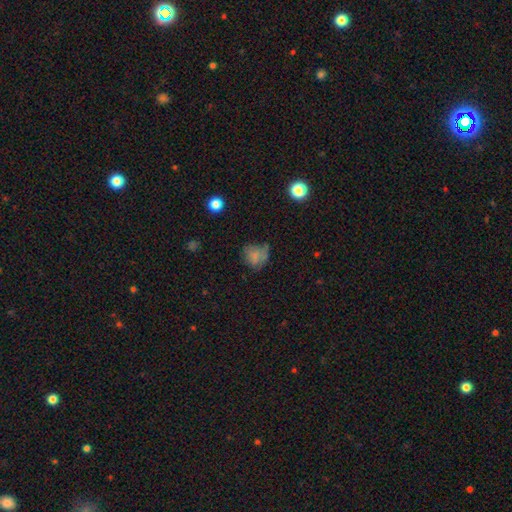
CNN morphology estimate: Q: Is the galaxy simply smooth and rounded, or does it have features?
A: smooth — 68%.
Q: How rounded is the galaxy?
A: round — 72%.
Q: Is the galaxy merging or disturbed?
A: none — 47%.